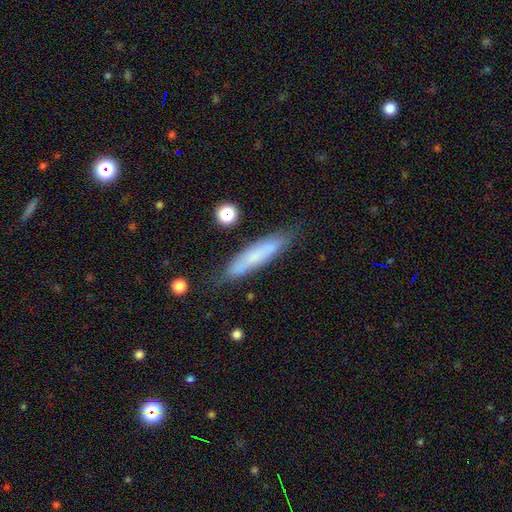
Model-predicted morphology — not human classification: Smooth or featured? smooth (66%)
How rounded? cigar-shaped (83%)
Merging? none (78%)